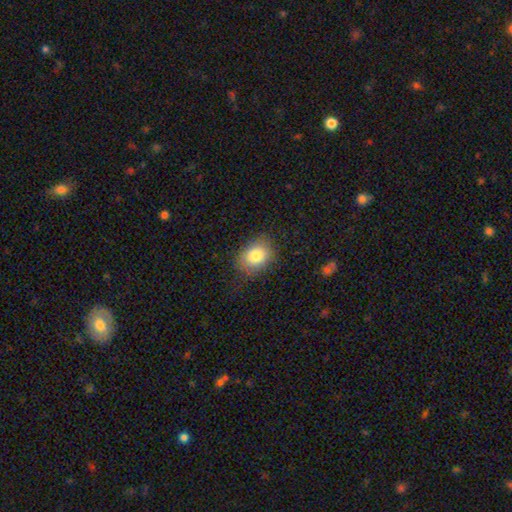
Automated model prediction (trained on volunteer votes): The model was most divided on "how rounded": in between: 63%, round: 36%, cigar-shaped: 1%. More confident: smooth or featured — smooth (82%); merging — none (78%).